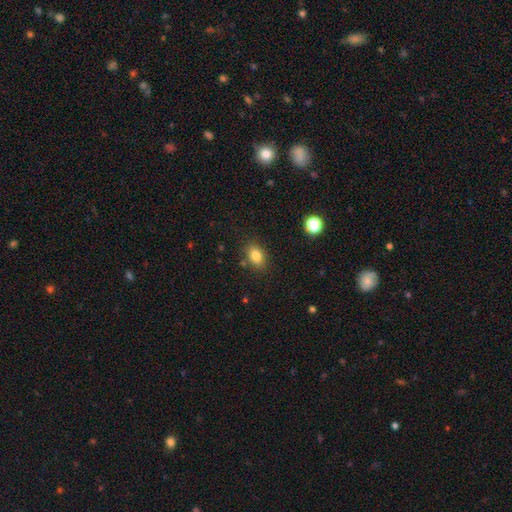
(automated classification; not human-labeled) Smooth or featured?
  - smooth: 83% *
  - star or artifact: 10%
  - featured or disk: 7%
How rounded?
  - in between: 76% *
  - round: 23%
  - cigar-shaped: 1%
Merging?
  - none: 81% *
  - minor disturbance: 12%
  - merger: 4%
  - major disturbance: 3%